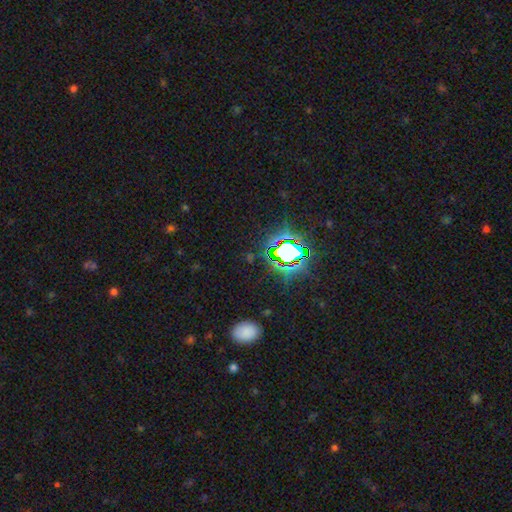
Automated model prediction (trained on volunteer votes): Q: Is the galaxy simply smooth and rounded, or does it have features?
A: star or artifact — 77%.